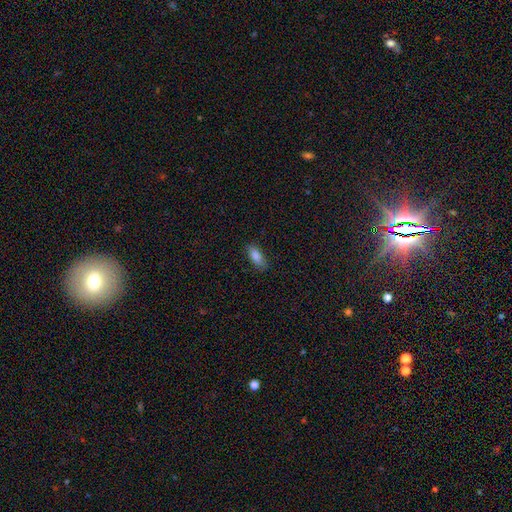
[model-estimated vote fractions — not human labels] The model was most divided on "how rounded": in between: 80%, cigar-shaped: 18%, round: 3%. More confident: smooth or featured — smooth (84%); merging — none (82%).